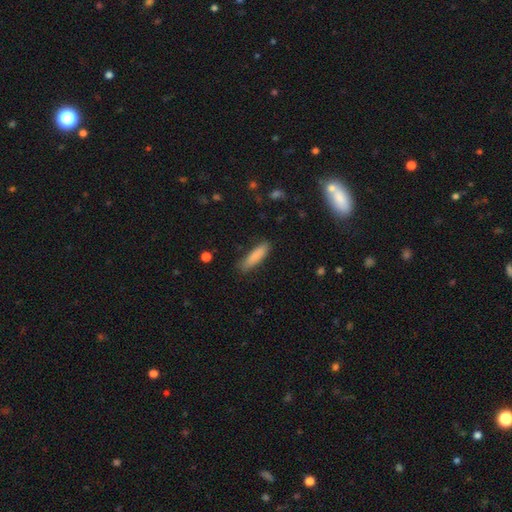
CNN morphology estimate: smooth-or-featured: smooth: 86% | featured or disk: 8% | star or artifact: 6%
  how-rounded: cigar-shaped: 71% | in between: 27% | round: 1%
  merging: none: 84% | minor disturbance: 12% | major disturbance: 2% | merger: 1%